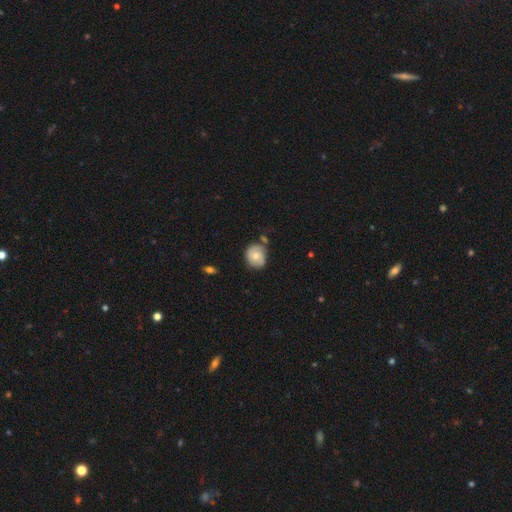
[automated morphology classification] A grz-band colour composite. It shows a smooth galaxy with no disk features (53%) that is round (72%). Merging: none (65%).